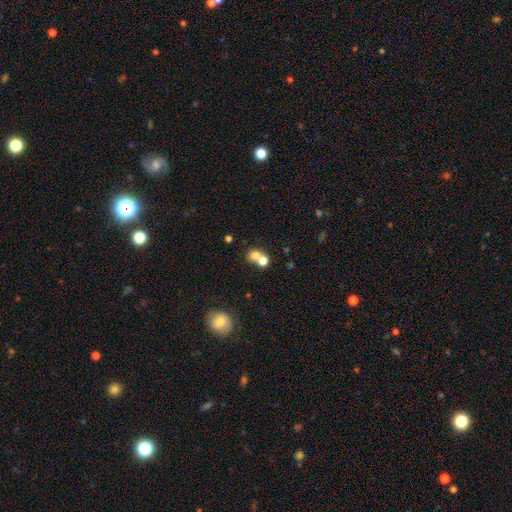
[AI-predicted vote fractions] The model was most divided on "merging": merger: 53%, none: 37%, minor disturbance: 6%, major disturbance: 4%. More confident: how rounded — round (74%); smooth or featured — smooth (73%).